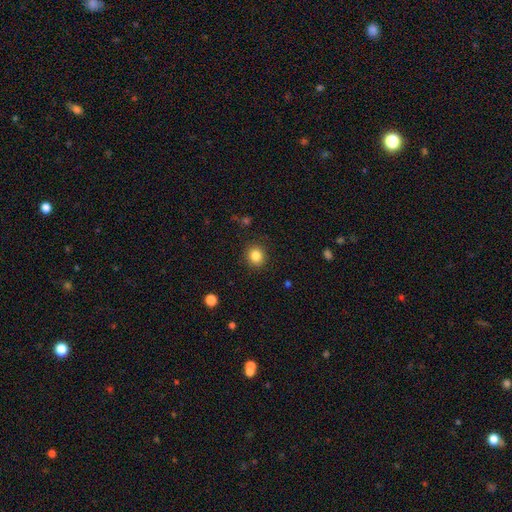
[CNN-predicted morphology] This is clearly a smooth galaxy (84%). How rounded: clearly round (86%). Merging: clearly none (90%).